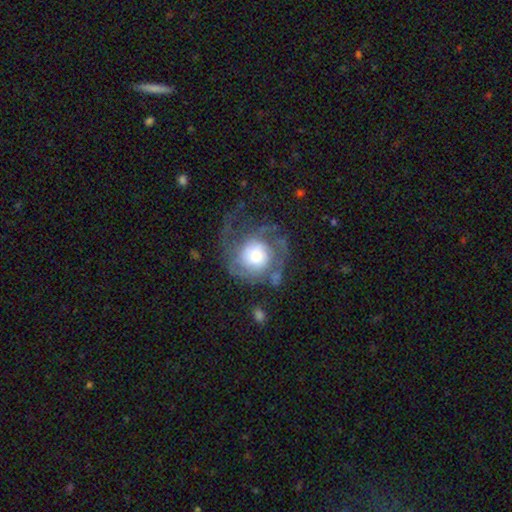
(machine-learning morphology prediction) type=featured or disk (66%); edge-on=no (97%); bar=no (79%); spiral arms=yes (80%); winding=tight (39%); arm count=can't tell (34%); bulge=moderate (40%); merging=none (45%).